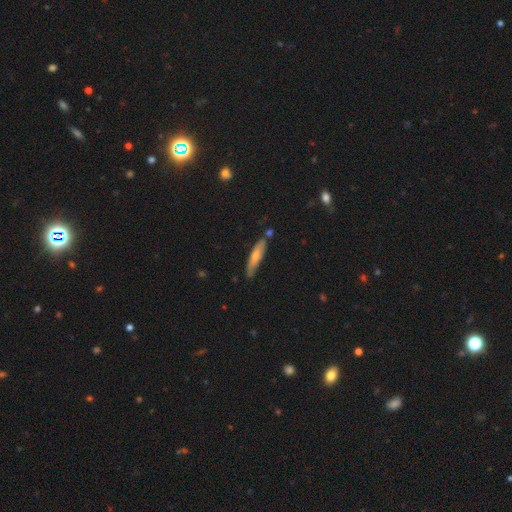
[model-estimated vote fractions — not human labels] Morphology: type=smooth (62%); roundness=cigar-shaped (83%); merging=none (73%).